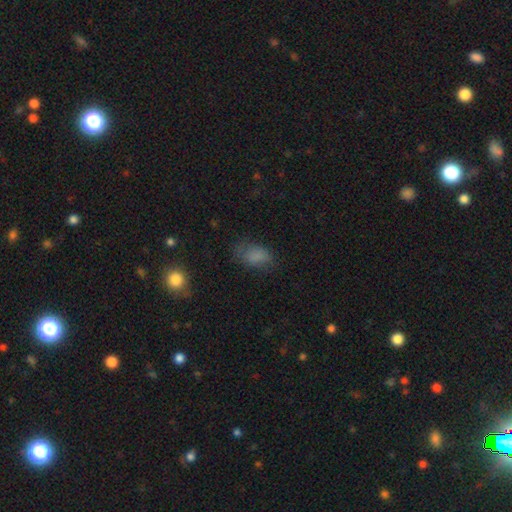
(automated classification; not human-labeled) smooth-or-featured: smooth: 77% | star or artifact: 12% | featured or disk: 10%
  how-rounded: in between: 86% | round: 12% | cigar-shaped: 2%
  merging: none: 58% | minor disturbance: 27% | major disturbance: 13% | merger: 2%